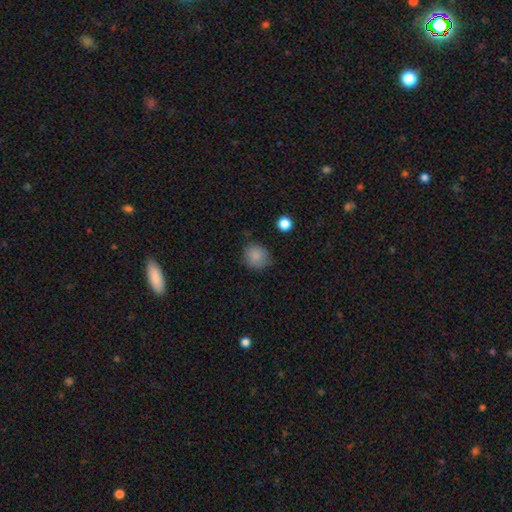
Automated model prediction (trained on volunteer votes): This is clearly a smooth galaxy (85%). How rounded: clearly round (84%). Merging: likely none (79%).